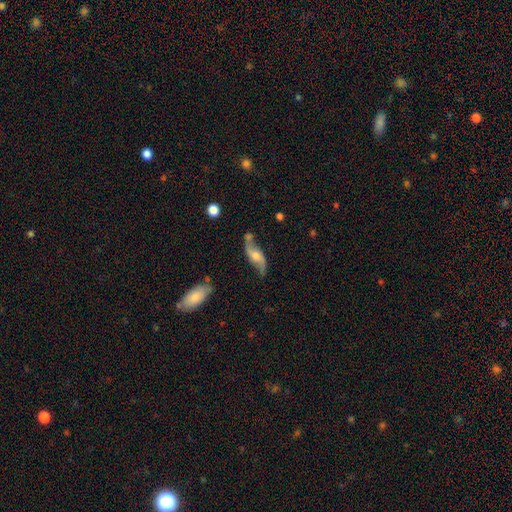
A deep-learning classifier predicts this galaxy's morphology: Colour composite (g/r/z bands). It shows a featured or disk galaxy (77%) with no bar (60%), 2 (92%) loose (82%) spiral arms (91%) and a moderate central bulge (57%). Merging: none (60%).